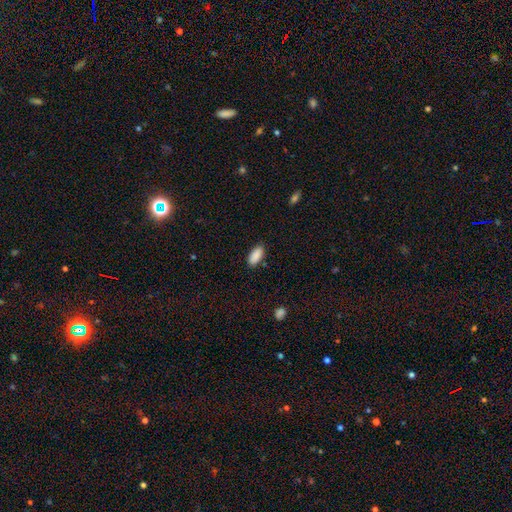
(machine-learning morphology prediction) Smooth or featured? smooth (90%)
How rounded? in between (89%)
Merging? none (86%)